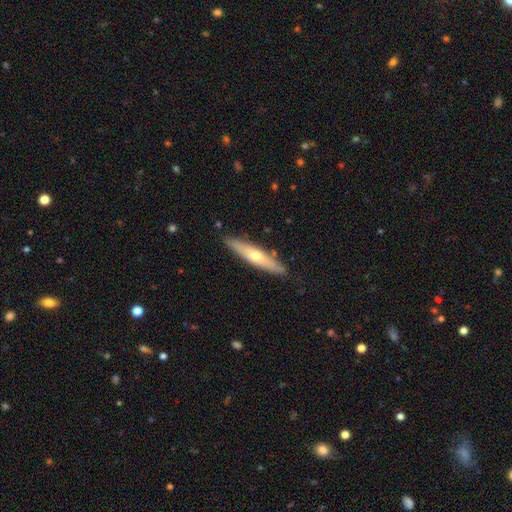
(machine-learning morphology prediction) Smooth or featured? Predicted: featured or disk (p=0.52). Edge-on disk? Predicted: yes (p=0.85). Merging? Predicted: none (p=0.88).